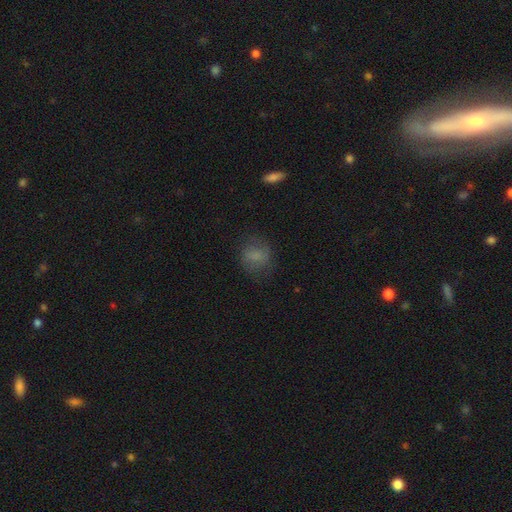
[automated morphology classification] This appears to be a smooth galaxy with no disk features (74%) that is round (69%). Merging: none (71%).